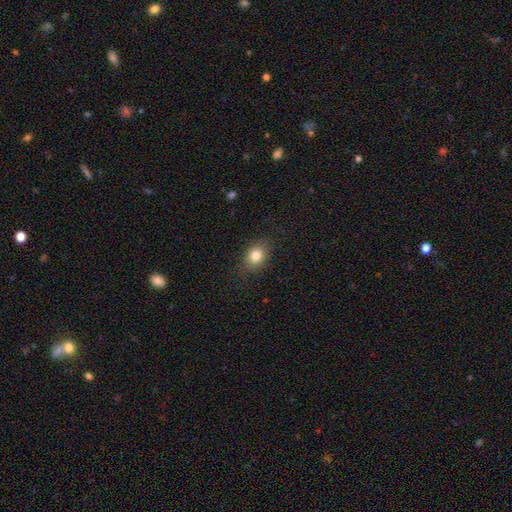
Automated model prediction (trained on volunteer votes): Smooth or featured: smooth — 81% (star or artifact — 10%)
How rounded: in between — 57% (round — 42%)
Merging: none — 81% (minor disturbance — 14%)